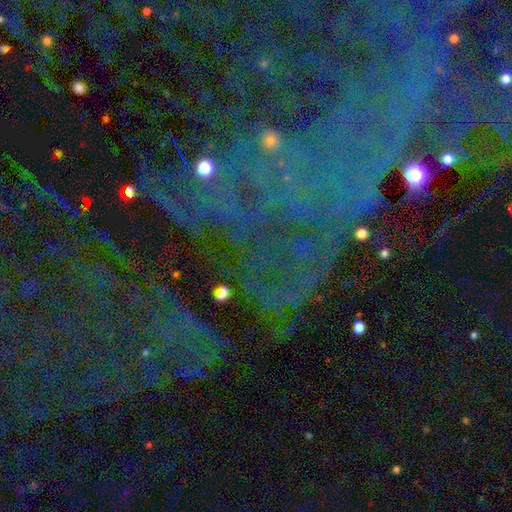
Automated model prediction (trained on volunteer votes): The model was most divided on "smooth or featured": star or artifact: 77%, featured or disk: 13%, smooth: 10%.